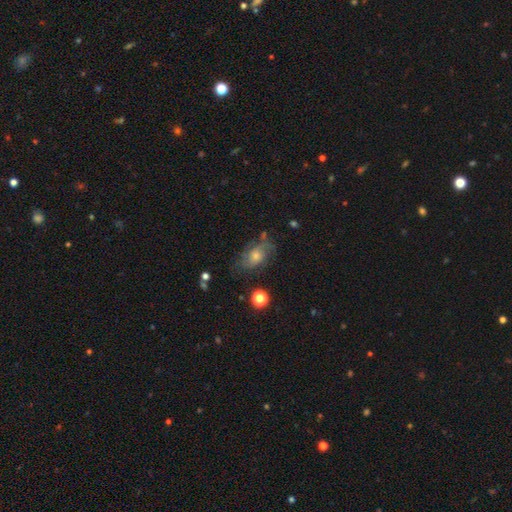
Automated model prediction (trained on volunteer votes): A featured or disk galaxy (49%). Merging: none (66%).